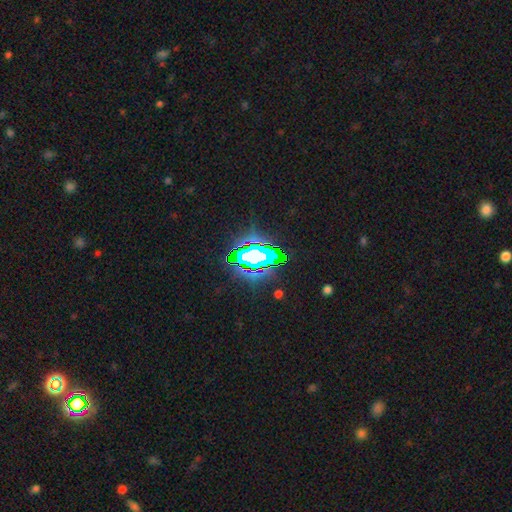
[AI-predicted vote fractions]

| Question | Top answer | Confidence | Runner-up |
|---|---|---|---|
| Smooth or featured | star or artifact | 66% | smooth (18%) |